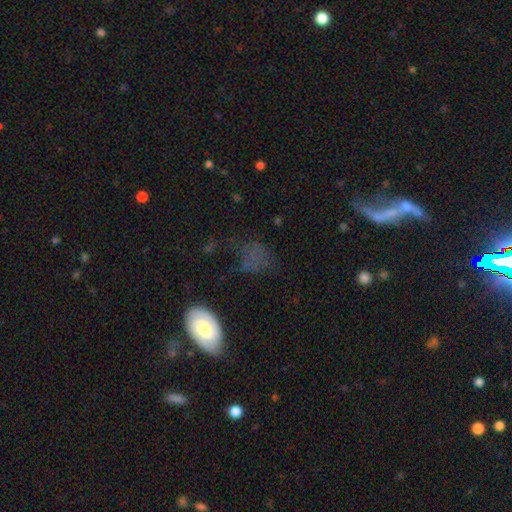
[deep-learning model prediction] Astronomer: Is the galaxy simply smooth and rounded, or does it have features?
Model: smooth — 52% (runner-up: featured or disk, 29%).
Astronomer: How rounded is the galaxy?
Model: in between — 56% (runner-up: round, 40%).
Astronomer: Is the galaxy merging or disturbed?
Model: none — 49%.